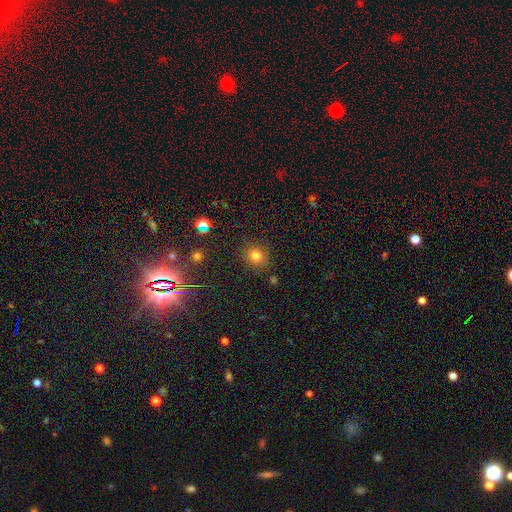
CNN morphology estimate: This appears to be a smooth galaxy with no disk features (75%) that is round (77%). Merging: none (84%).